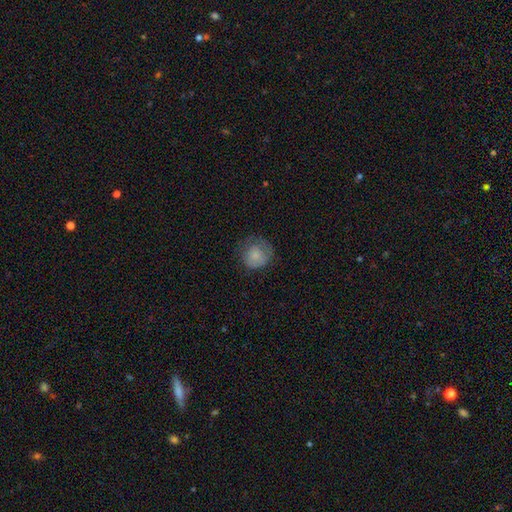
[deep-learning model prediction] Smooth or featured?
  - smooth: 78% *
  - featured or disk: 13%
  - star or artifact: 8%
How rounded?
  - round: 89% *
  - in between: 10%
  - cigar-shaped: 1%
Merging?
  - none: 61% *
  - minor disturbance: 25%
  - major disturbance: 13%
  - merger: 1%